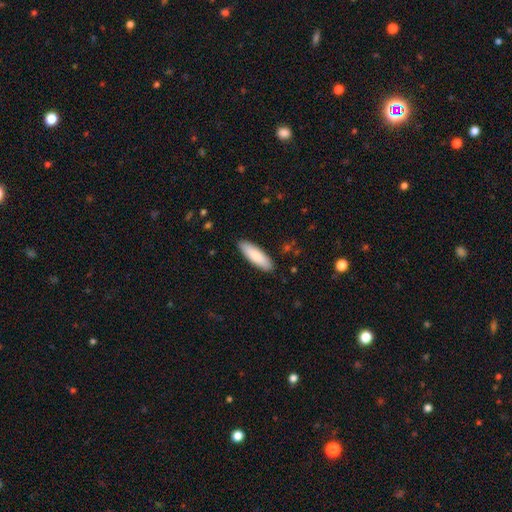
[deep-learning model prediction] smooth-or-featured: smooth: 85% | featured or disk: 10% | star or artifact: 5%
  how-rounded: cigar-shaped: 51% | in between: 48% | round: 1%
  merging: none: 90% | minor disturbance: 8% | major disturbance: 2% | merger: 1%